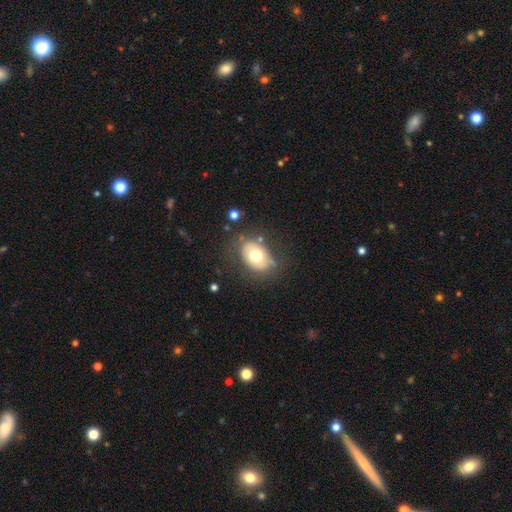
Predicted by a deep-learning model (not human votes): A smooth galaxy with no disk features (62%) that is in between round and cigar-shaped (75%).

Vote fractions:
- Smooth or featured? smooth: 62% / featured or disk: 29% / star or artifact: 8%
- How rounded? in between: 75% / round: 24% / cigar-shaped: 1%
- Merging? none: 67% / minor disturbance: 21% / major disturbance: 9% / merger: 3%